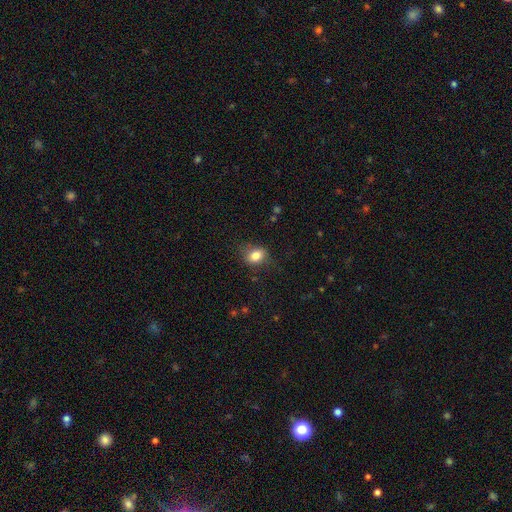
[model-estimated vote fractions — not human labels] Overall: smooth (81%). How rounded: in between (61%; round 38%). Merging: none (69%).